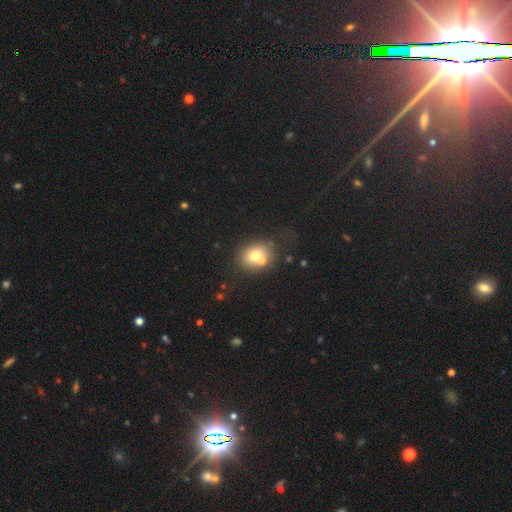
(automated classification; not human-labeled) This appears to be a smooth galaxy with no disk features (66%) that is round (61%). Merging: none (47%).